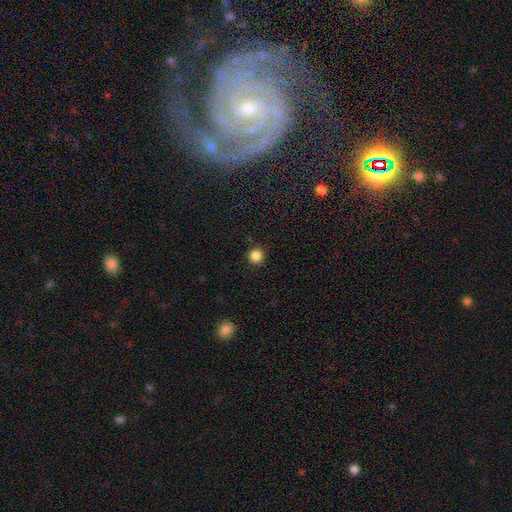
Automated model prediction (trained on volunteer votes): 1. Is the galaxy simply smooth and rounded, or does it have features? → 85% smooth, 11% star or artifact, 3% featured or disk.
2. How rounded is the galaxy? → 94% round, 5% in between, 1% cigar-shaped.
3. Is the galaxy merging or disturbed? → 92% none, 5% minor disturbance, 2% major disturbance, 1% merger.